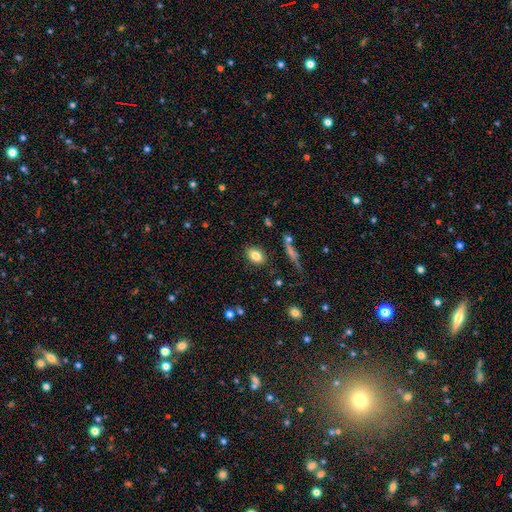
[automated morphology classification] type=smooth (82%); roundness=in between (77%); merging=none (85%).